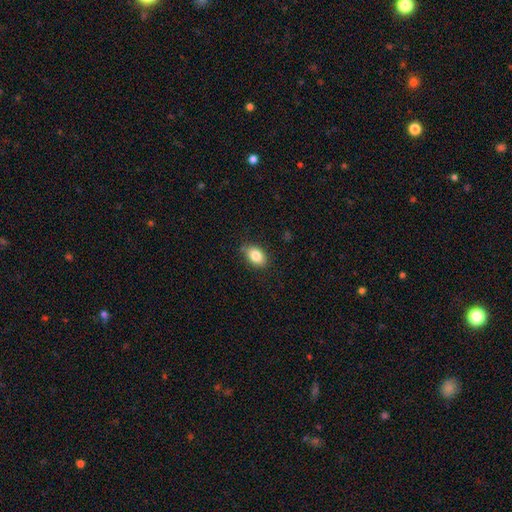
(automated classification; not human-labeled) Morphology: type=smooth (84%); roundness=in between (84%); merging=none (83%).